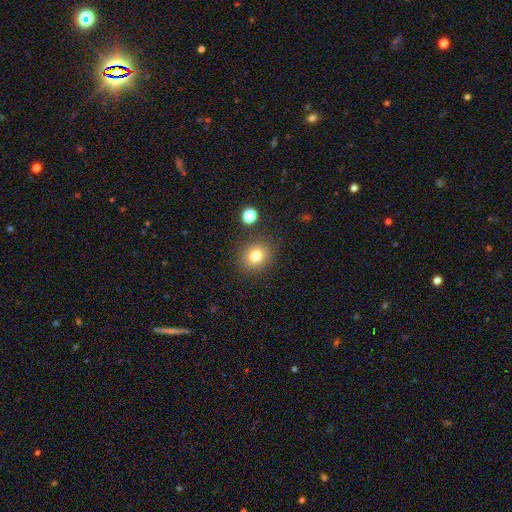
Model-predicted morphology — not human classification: Smooth or featured?
  - smooth: 77% *
  - star or artifact: 13%
  - featured or disk: 9%
How rounded?
  - round: 75% *
  - in between: 24%
  - cigar-shaped: 1%
Merging?
  - none: 85% *
  - minor disturbance: 9%
  - major disturbance: 3%
  - merger: 3%